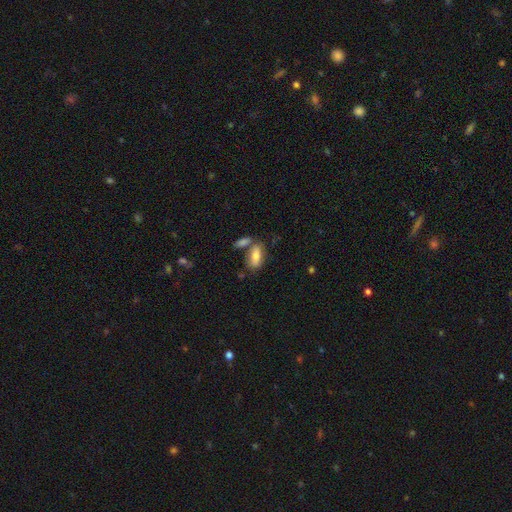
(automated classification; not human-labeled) This appears to be a smooth galaxy with no disk features (76%) that is in between round and cigar-shaped (83%). Merging: none (60%).